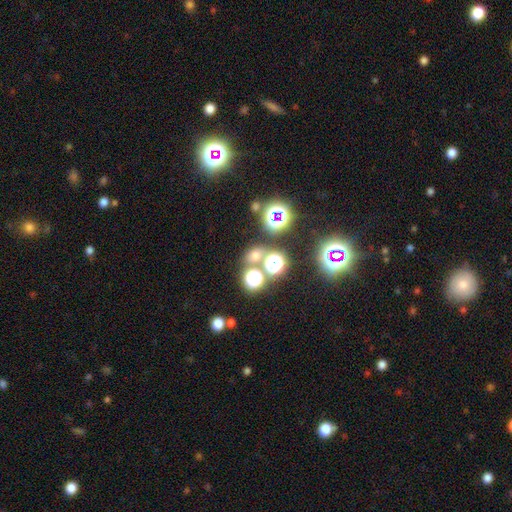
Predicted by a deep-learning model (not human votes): Q: Smooth or featured?
A: smooth (53%); runner-up: star or artifact (38%)
Q: How rounded?
A: round (66%); runner-up: in between (33%)
Q: Merging?
A: none (65%); runner-up: merger (22%)